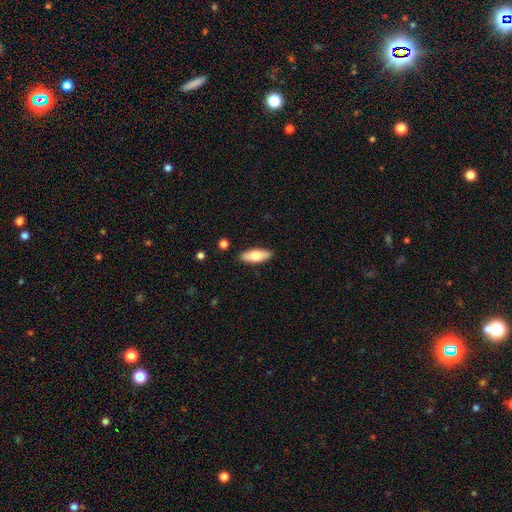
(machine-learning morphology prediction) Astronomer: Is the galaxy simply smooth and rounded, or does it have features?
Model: smooth — 72%.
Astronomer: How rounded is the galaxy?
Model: in between — 72%.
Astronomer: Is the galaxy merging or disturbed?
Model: none — 88%.